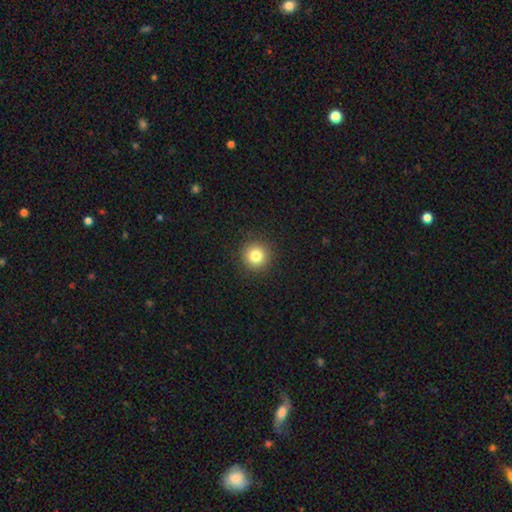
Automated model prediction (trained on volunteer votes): Q: Smooth or featured?
A: smooth (82%); runner-up: star or artifact (12%)
Q: How rounded?
A: round (95%); runner-up: in between (4%)
Q: Merging?
A: none (92%); runner-up: minor disturbance (5%)